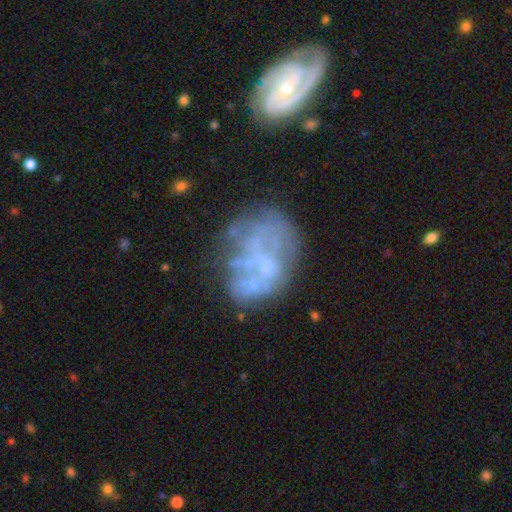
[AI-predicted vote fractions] Q: Smooth or featured?
A: featured or disk (62%); runner-up: smooth (23%)
Q: Edge-on disk?
A: no (98%); runner-up: yes (2%)
Q: Bar?
A: no (84%); runner-up: weak (12%)
Q: Spiral arms?
A: no (77%); runner-up: yes (23%)
Q: Bulge size?
A: none (60%); runner-up: small (26%)
Q: Merging?
A: none (41%); runner-up: major disturbance (23%)